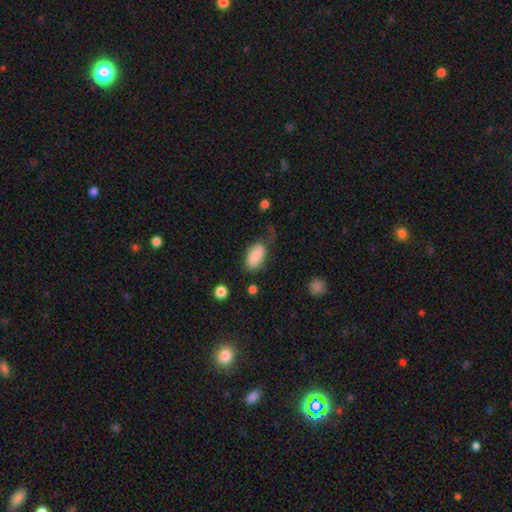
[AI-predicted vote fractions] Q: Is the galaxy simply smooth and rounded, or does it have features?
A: smooth — 85%.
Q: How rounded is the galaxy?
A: in between — 93%.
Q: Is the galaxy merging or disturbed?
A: none — 54%.